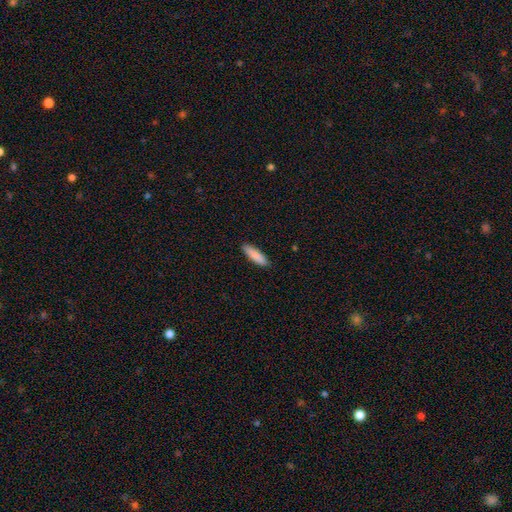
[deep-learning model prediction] Overall: smooth (86%). How rounded: cigar-shaped (67%; in between 32%). Merging: none (90%).